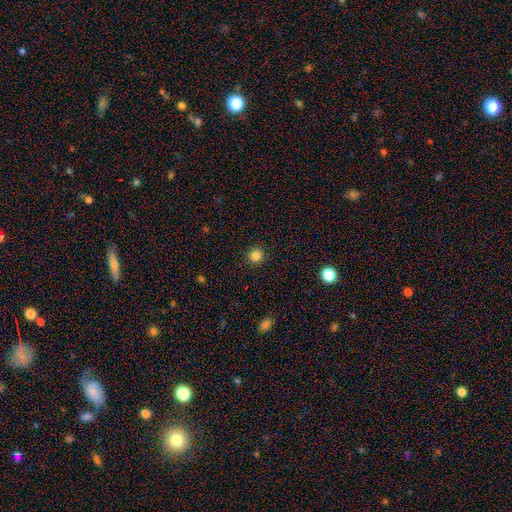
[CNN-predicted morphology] This appears to be a smooth galaxy with no disk features (84%) that is round (95%). Merging: none (92%).